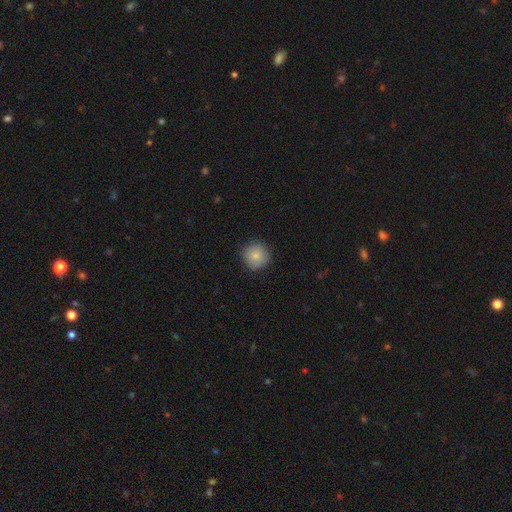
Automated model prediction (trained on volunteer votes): A smooth galaxy with no disk features (84%) that is round (95%).

Vote fractions:
- Smooth or featured? smooth: 84% / star or artifact: 9% / featured or disk: 7%
- How rounded? round: 95% / in between: 4% / cigar-shaped: 1%
- Merging? none: 89% / minor disturbance: 8% / major disturbance: 2% / merger: 1%